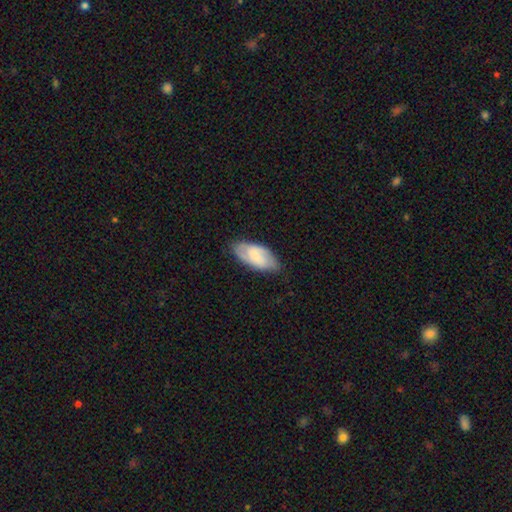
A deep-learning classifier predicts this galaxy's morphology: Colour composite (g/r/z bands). It shows a smooth galaxy with no disk features (50%). Merging: none (73%).